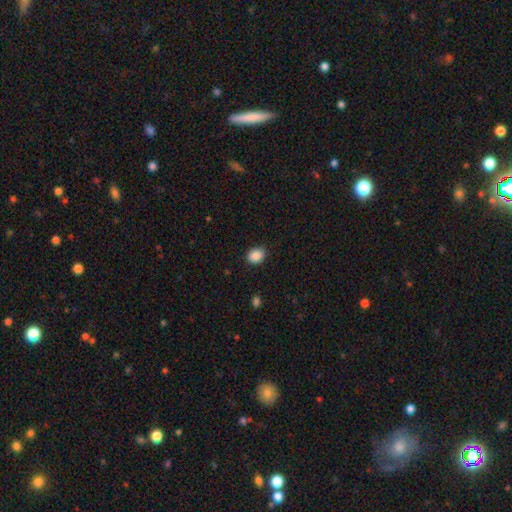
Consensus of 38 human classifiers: This is clearly a smooth galaxy (87%). How rounded: likely round (64%). Merging: likely none (74%).